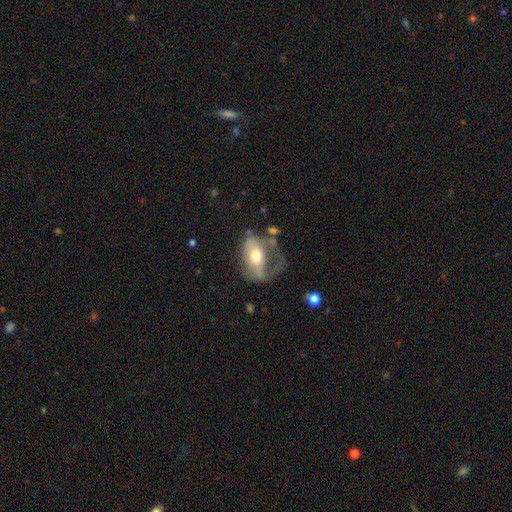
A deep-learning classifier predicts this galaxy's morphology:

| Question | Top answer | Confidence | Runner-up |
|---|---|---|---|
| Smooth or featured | featured or disk | 49% | smooth (44%) |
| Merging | major disturbance | 45% | none (27%) |